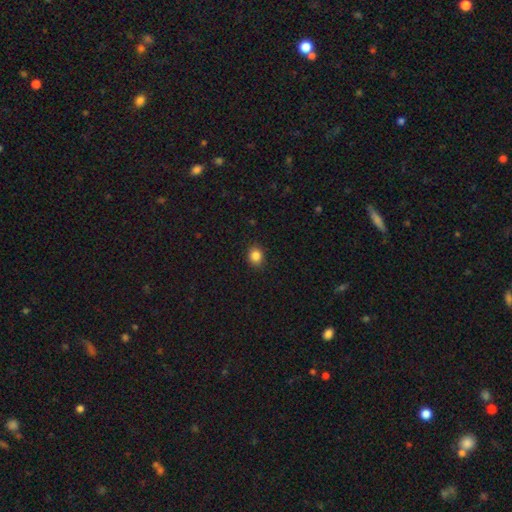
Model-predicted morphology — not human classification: Smooth or featured? Predicted: smooth (p=0.86). How rounded? Predicted: round (p=0.68). Merging? Predicted: none (p=0.90).